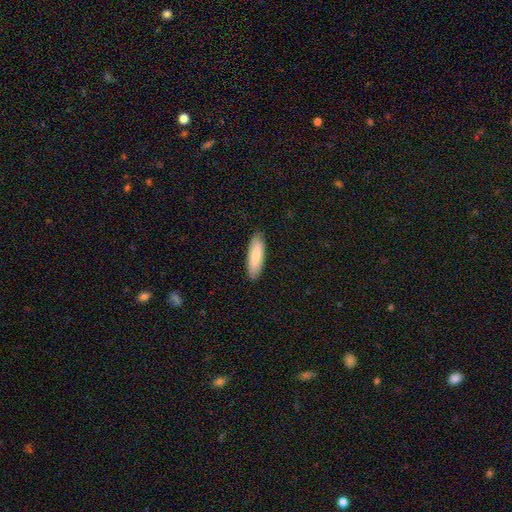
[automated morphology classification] Q: Smooth or featured?
A: smooth (77%); runner-up: featured or disk (18%)
Q: How rounded?
A: cigar-shaped (53%); runner-up: in between (45%)
Q: Merging?
A: none (88%); runner-up: minor disturbance (10%)